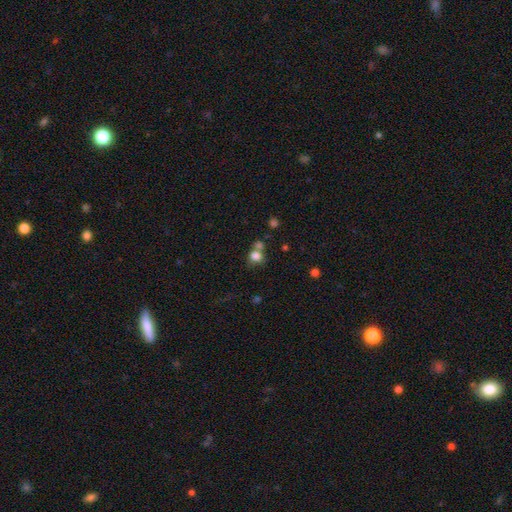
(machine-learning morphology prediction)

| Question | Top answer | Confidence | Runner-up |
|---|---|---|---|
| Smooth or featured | smooth | 78% | star or artifact (13%) |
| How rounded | round | 66% | in between (33%) |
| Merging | none | 44% | merger (38%) |